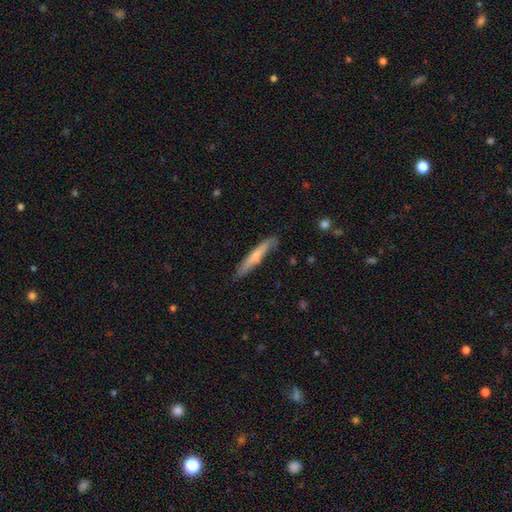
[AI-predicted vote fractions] The model was most divided on "smooth or featured": smooth: 61%, featured or disk: 33%, star or artifact: 6%. More confident: how rounded — cigar-shaped (94%); merging — none (80%).